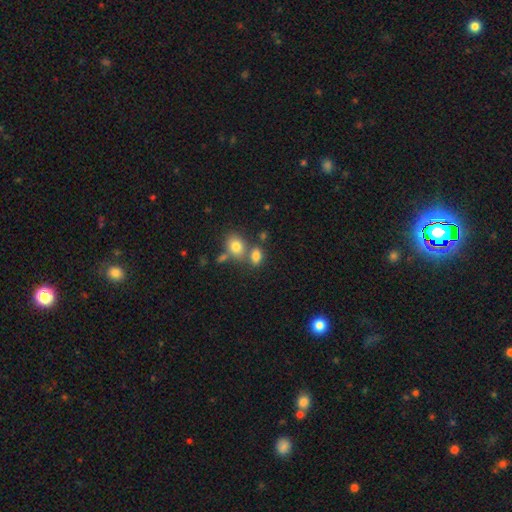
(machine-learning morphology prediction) This appears to be a smooth galaxy with no disk features (79%) that is in between round and cigar-shaped (74%). Merging: none (49%).